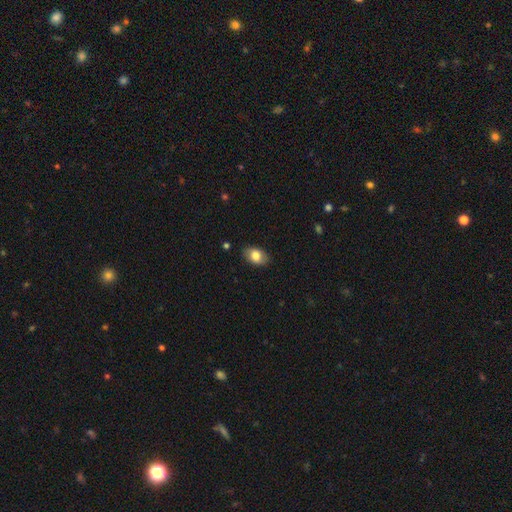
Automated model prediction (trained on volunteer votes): smooth_or_featured: smooth (p=0.80) [alt: featured or disk p=0.13]
how_rounded: in between (p=0.88) [alt: round p=0.10]
merging: none (p=0.84) [alt: minor disturbance p=0.12]